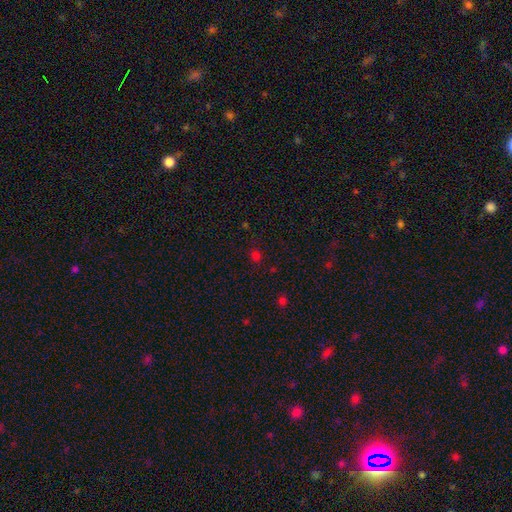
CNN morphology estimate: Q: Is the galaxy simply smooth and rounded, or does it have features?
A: smooth — 64%.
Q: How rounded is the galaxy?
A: round — 82%.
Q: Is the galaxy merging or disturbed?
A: none — 80%.